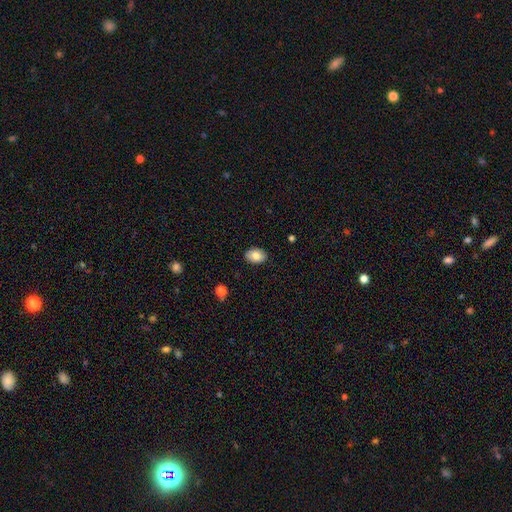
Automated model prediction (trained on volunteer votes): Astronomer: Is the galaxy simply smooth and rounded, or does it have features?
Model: smooth — 80%.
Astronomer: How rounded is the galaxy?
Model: in between — 78%.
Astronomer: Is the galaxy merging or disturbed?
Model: none — 89%.